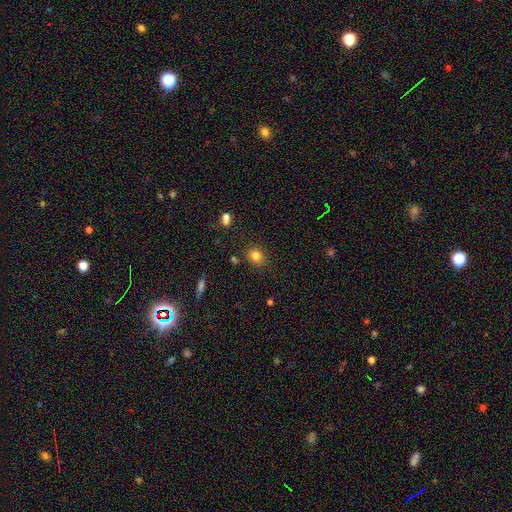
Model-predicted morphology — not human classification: smooth_or_featured: smooth (p=0.81) [alt: star or artifact p=0.12]
how_rounded: round (p=0.63) [alt: in between p=0.36]
merging: none (p=0.82) [alt: minor disturbance p=0.12]